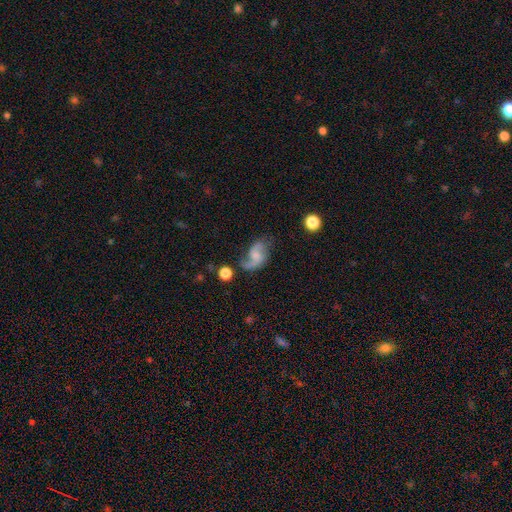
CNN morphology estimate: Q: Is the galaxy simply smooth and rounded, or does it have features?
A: featured or disk — 78%.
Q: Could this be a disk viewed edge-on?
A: no — 98%.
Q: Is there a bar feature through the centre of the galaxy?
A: no — 52%.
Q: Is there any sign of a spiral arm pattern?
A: yes — 94%.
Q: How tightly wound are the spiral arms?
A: loose — 69%.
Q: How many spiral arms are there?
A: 2 — 84%.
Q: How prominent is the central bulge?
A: none — 42%.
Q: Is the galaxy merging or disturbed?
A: none — 55%.